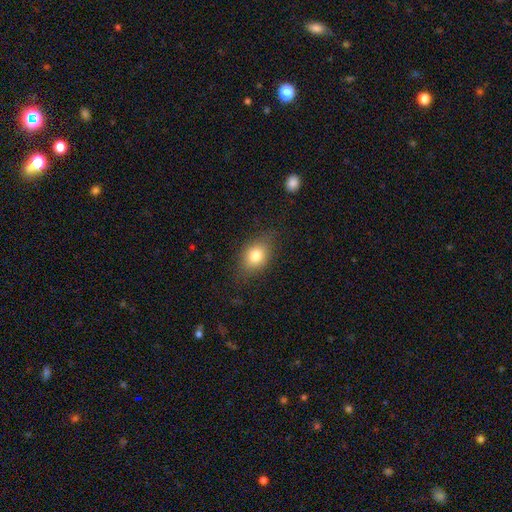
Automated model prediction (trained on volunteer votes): smooth-or-featured: smooth: 79% | featured or disk: 11% | star or artifact: 10%
  how-rounded: in between: 65% | round: 33% | cigar-shaped: 2%
  merging: none: 77% | minor disturbance: 17% | major disturbance: 5% | merger: 1%